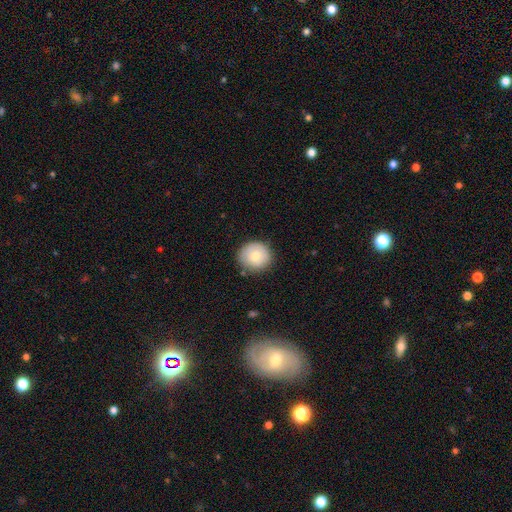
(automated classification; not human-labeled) The model was most divided on "smooth or featured": smooth: 73%, featured or disk: 19%, star or artifact: 8%. More confident: how rounded — round (89%); merging — none (83%).